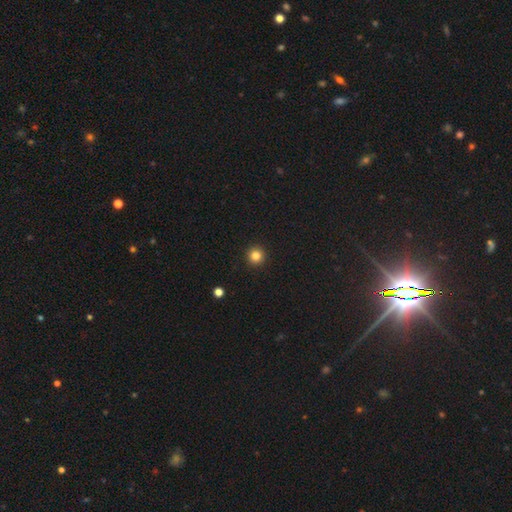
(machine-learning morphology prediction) Smooth or featured? Predicted: smooth (p=0.83). How rounded? Predicted: round (p=0.96). Merging? Predicted: none (p=0.94).